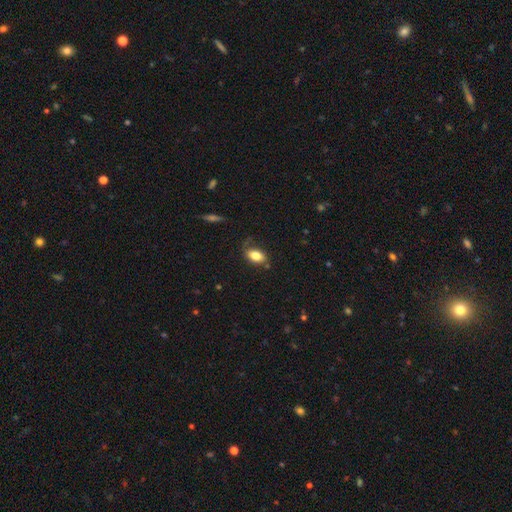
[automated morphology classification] Smooth or featured? Predicted: smooth (p=0.80). How rounded? Predicted: in between (p=0.89). Merging? Predicted: none (p=0.69).